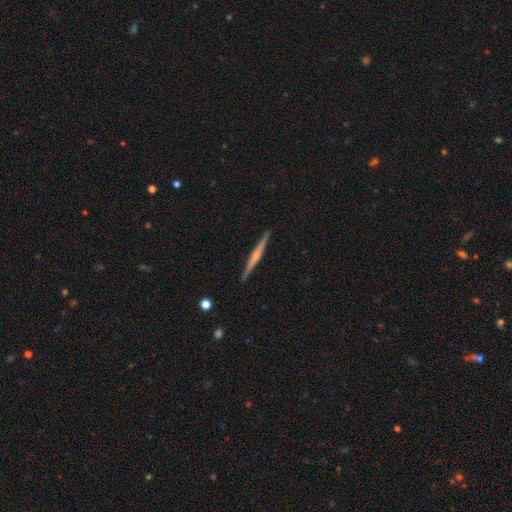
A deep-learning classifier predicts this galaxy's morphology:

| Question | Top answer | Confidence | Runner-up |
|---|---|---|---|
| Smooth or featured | featured or disk | 68% | smooth (27%) |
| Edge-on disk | yes | 98% | no (2%) |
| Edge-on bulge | rounded | 55% | none (33%) |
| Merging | none | 91% | minor disturbance (6%) |